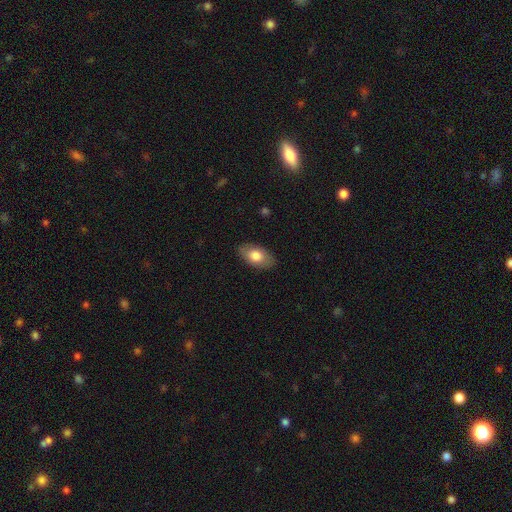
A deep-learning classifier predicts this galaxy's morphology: Smooth or featured? Predicted: smooth (p=0.77). How rounded? Predicted: in between (p=0.93). Merging? Predicted: none (p=0.86).